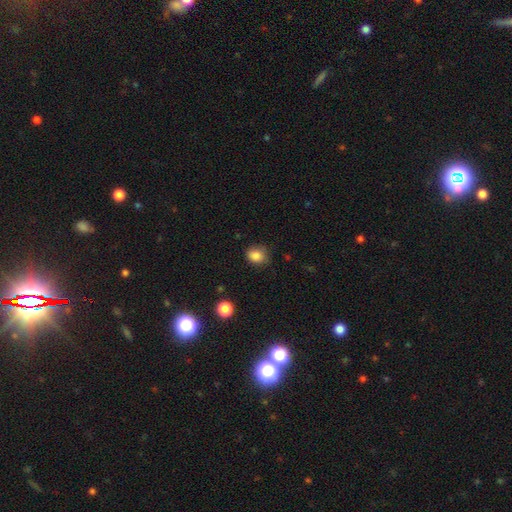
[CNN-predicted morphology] smooth-or-featured: smooth: 85% | star or artifact: 11% | featured or disk: 4%
  how-rounded: round: 61% | in between: 38% | cigar-shaped: 1%
  merging: none: 73% | minor disturbance: 21% | major disturbance: 4% | merger: 1%